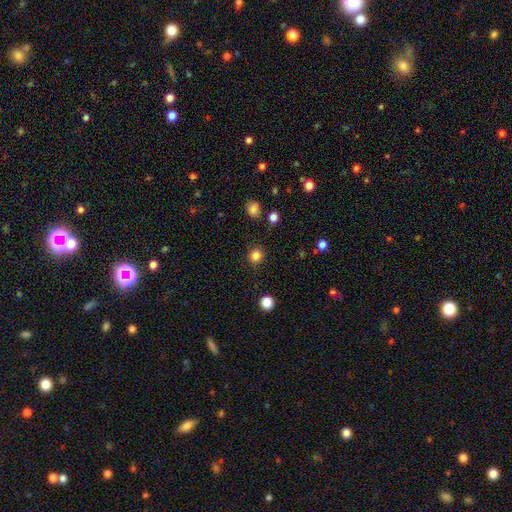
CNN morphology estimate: smooth-or-featured: smooth: 83% | star or artifact: 13% | featured or disk: 4%
  how-rounded: round: 89% | in between: 10% | cigar-shaped: 1%
  merging: none: 89% | minor disturbance: 7% | major disturbance: 3% | merger: 2%